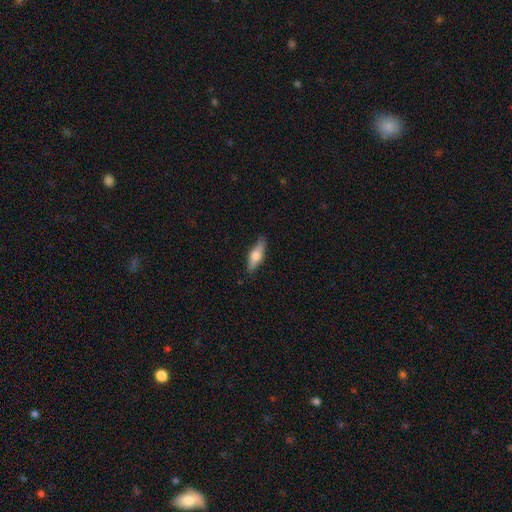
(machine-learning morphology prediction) type=smooth (56%); roundness=cigar-shaped (53%); merging=none (85%).